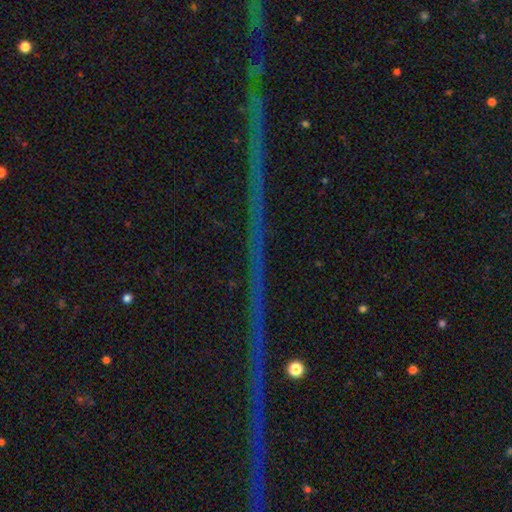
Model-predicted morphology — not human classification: Smooth or featured? star or artifact (81%)